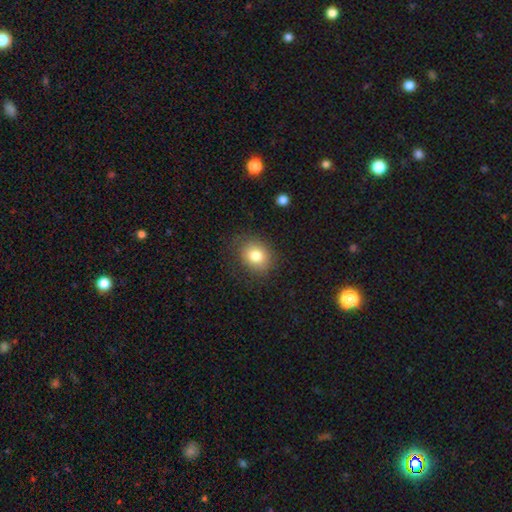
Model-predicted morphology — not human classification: Smooth or featured? smooth (81%)
How rounded? round (62%)
Merging? none (80%)